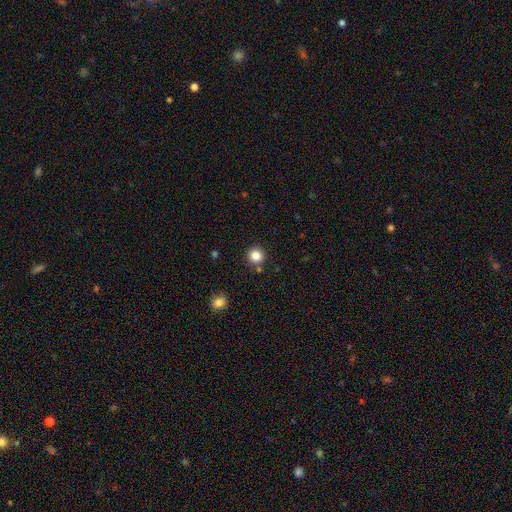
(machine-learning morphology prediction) The model was most divided on "smooth or featured": smooth: 84%, star or artifact: 12%, featured or disk: 5%. More confident: how rounded — round (95%); merging — none (88%).